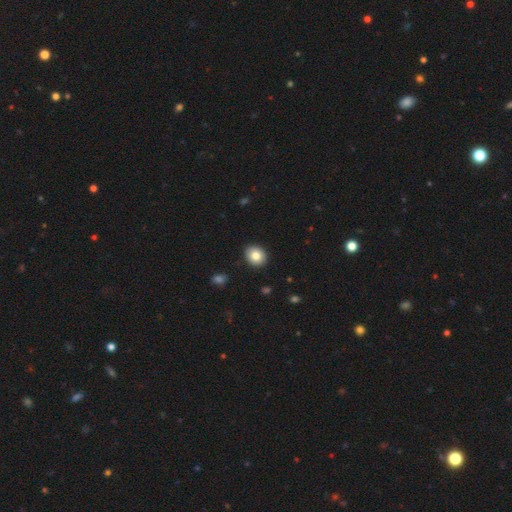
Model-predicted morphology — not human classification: A smooth galaxy with no disk features (82%) that is round (64%). Merging: none (91%).